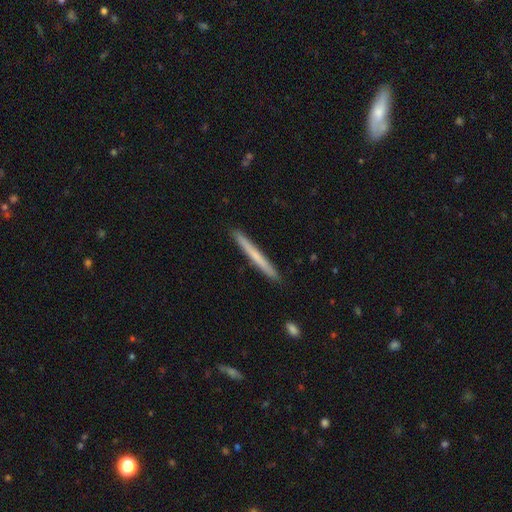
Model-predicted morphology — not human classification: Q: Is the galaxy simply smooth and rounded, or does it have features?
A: smooth — 58%.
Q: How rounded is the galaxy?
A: cigar-shaped — 97%.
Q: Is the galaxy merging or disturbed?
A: none — 92%.